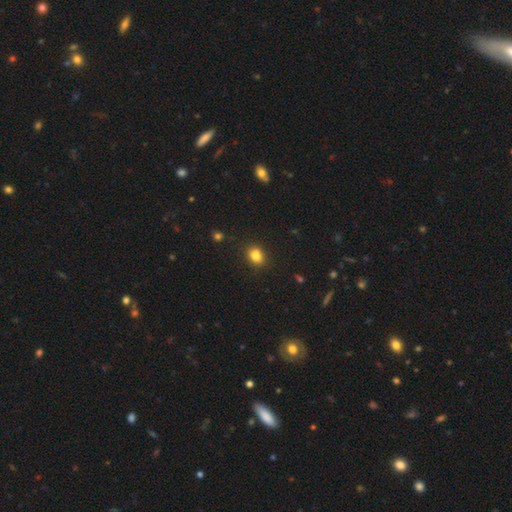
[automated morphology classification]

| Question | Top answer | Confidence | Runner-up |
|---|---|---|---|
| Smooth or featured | smooth | 83% | star or artifact (11%) |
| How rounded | round | 50% | in between (49%) |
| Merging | none | 86% | minor disturbance (10%) |